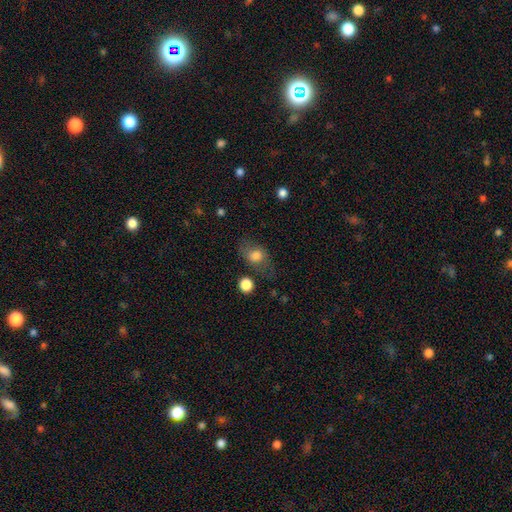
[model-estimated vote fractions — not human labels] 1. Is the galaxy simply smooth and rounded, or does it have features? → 73% smooth, 18% featured or disk, 9% star or artifact.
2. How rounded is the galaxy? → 66% in between, 32% round, 3% cigar-shaped.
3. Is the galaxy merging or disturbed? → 62% none, 22% minor disturbance, 12% major disturbance, 4% merger.